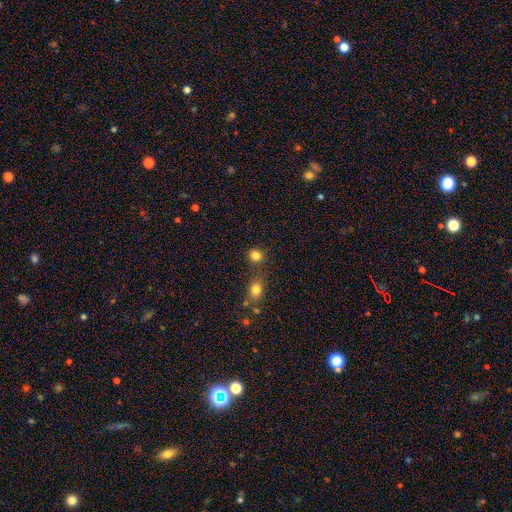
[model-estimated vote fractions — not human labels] Morphology: type=smooth (81%); roundness=round (86%); merging=none (73%).